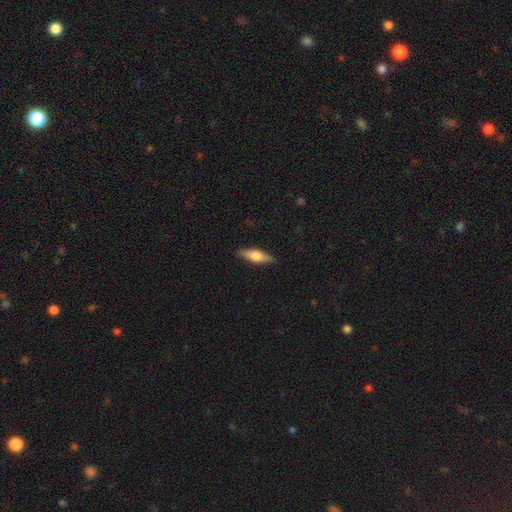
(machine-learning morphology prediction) Overall: smooth (59%; featured or disk 35%). How rounded: cigar-shaped (50%; in between 48%). Merging: none (89%).